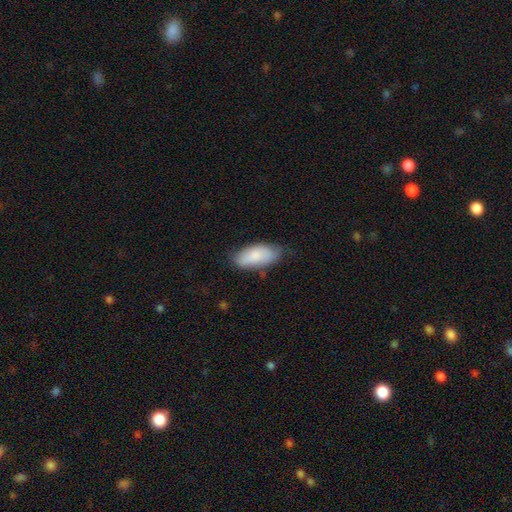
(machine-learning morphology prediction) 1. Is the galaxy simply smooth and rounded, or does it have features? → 83% smooth, 11% featured or disk, 6% star or artifact.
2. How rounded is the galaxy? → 89% in between, 9% cigar-shaped, 2% round.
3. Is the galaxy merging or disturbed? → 64% none, 29% minor disturbance, 5% major disturbance, 2% merger.